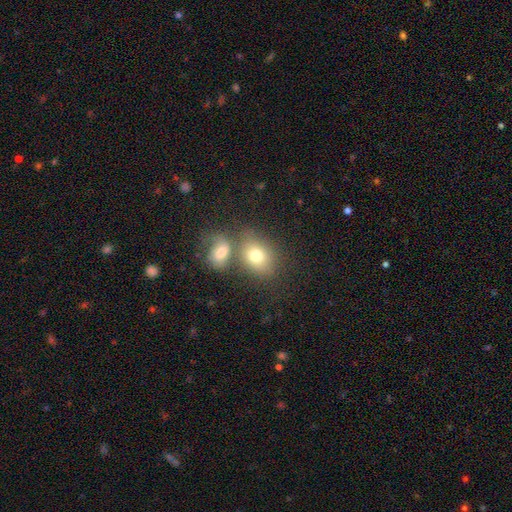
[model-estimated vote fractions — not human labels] smooth-or-featured: smooth: 75% | featured or disk: 15% | star or artifact: 10%
  how-rounded: in between: 61% | round: 38% | cigar-shaped: 1%
  merging: none: 46% | merger: 37% | minor disturbance: 11% | major disturbance: 5%